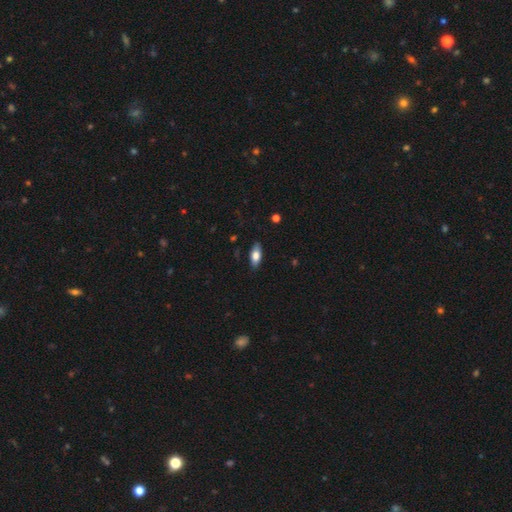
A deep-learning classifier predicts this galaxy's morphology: smooth-or-featured: smooth: 77% | featured or disk: 17% | star or artifact: 7%
  how-rounded: in between: 85% | cigar-shaped: 12% | round: 3%
  merging: none: 85% | minor disturbance: 12% | major disturbance: 2% | merger: 1%